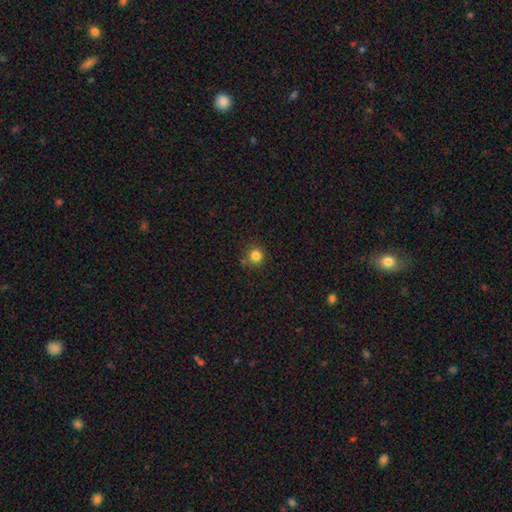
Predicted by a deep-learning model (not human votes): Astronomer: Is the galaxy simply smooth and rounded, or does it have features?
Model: smooth — 83%.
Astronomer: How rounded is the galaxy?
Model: round — 94%.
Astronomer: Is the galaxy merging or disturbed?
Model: none — 79%.